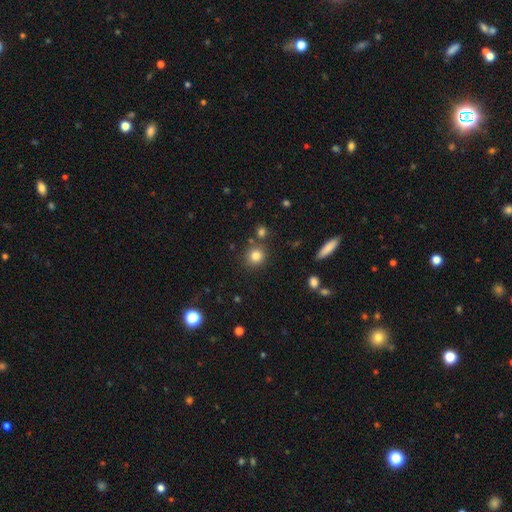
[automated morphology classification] Smooth or featured? Predicted: smooth (p=0.82). How rounded? Predicted: round (p=0.87). Merging? Predicted: none (p=0.80).